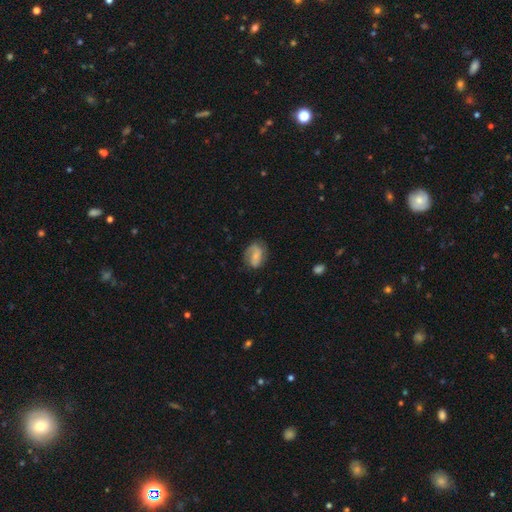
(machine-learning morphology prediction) This is possibly a smooth galaxy (52%). How rounded: likely in between (76%). Merging: possibly none (59%).